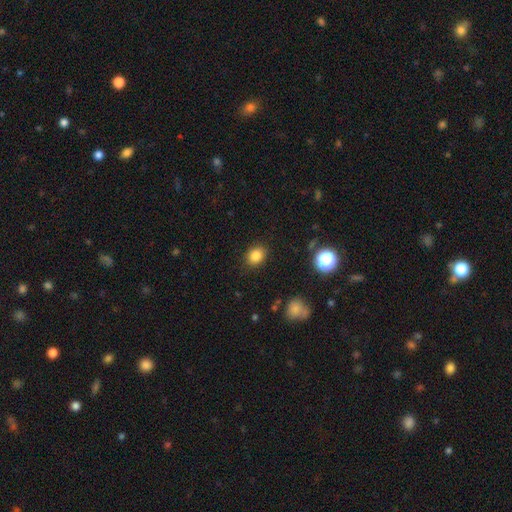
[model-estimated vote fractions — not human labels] The model was most divided on "how rounded": round: 54%, in between: 45%, cigar-shaped: 1%. More confident: merging — none (87%); smooth or featured — smooth (83%).